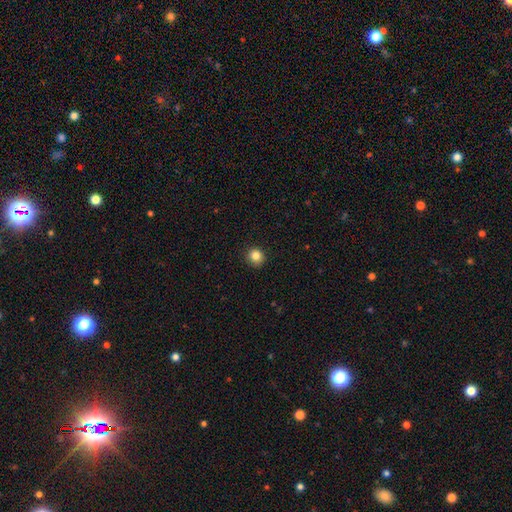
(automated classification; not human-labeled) Overall: smooth (84%). How rounded: round (91%). Merging: none (91%).